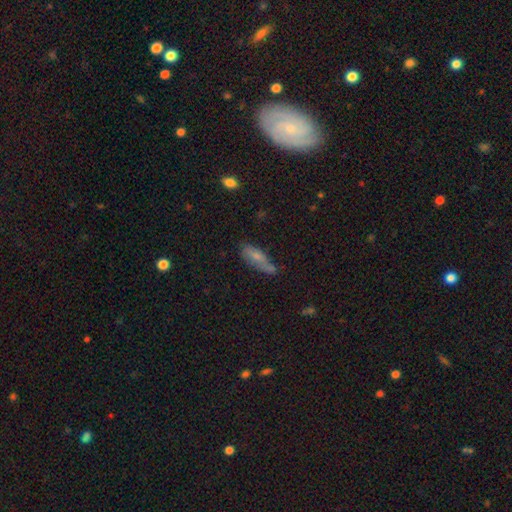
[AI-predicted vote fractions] Smooth or featured? smooth (65%)
How rounded? in between (58%)
Merging? none (49%)